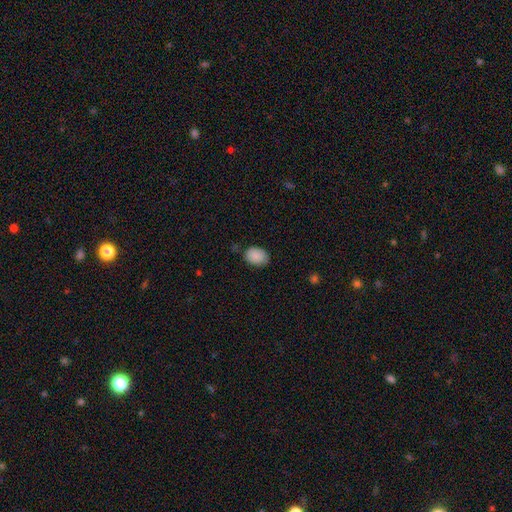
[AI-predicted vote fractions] Smooth or featured? Predicted: smooth (p=0.89). How rounded? Predicted: in between (p=0.77). Merging? Predicted: none (p=0.77).